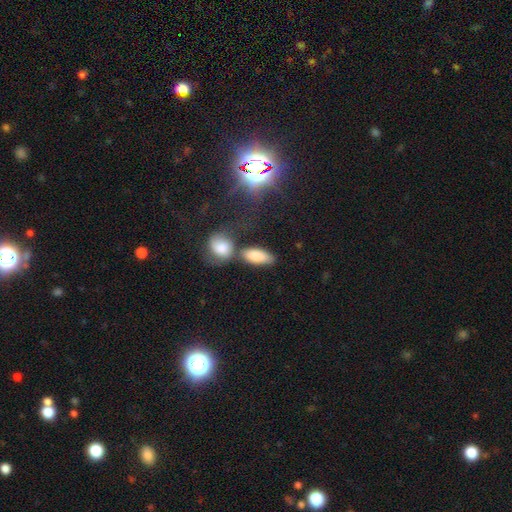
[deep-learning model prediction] Smooth or featured: smooth — 78% (featured or disk — 12%)
How rounded: in between — 80% (cigar-shaped — 14%)
Merging: none — 59% (merger — 21%)